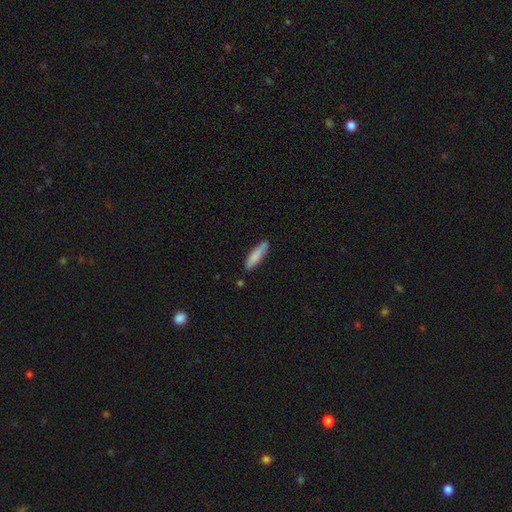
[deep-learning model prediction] smooth-or-featured: smooth: 82% | featured or disk: 12% | star or artifact: 6%
  how-rounded: cigar-shaped: 78% | in between: 21% | round: 1%
  merging: none: 75% | minor disturbance: 17% | merger: 4% | major disturbance: 3%